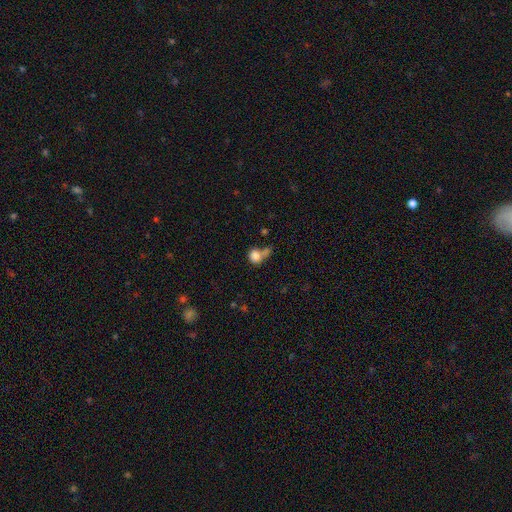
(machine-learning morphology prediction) Overall: smooth (80%). How rounded: round (71%). Merging: merger (40%; none 34%).